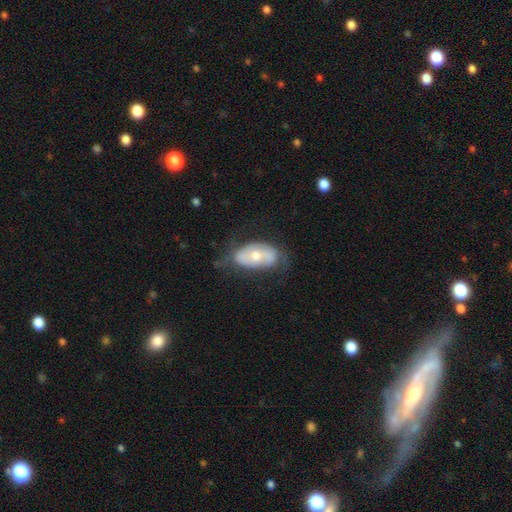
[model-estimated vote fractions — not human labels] This appears to be a featured or disk galaxy (51%). Merging: none (62%).